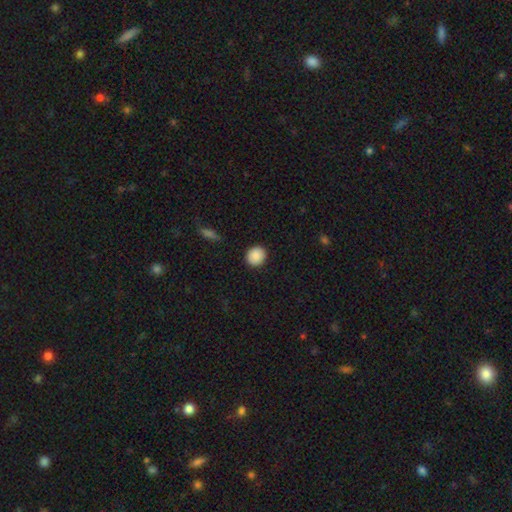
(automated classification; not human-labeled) Morphology: type=smooth (89%); roundness=round (85%); merging=none (91%).